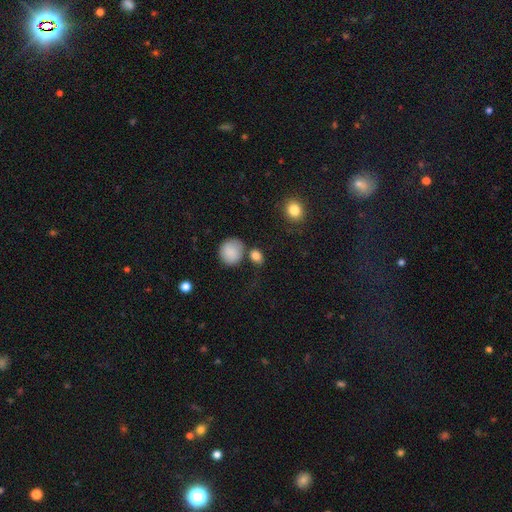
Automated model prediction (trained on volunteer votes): smooth-or-featured: smooth: 84% | star or artifact: 10% | featured or disk: 6%
  how-rounded: round: 60% | in between: 39% | cigar-shaped: 2%
  merging: none: 63% | merger: 16% | minor disturbance: 14% | major disturbance: 6%